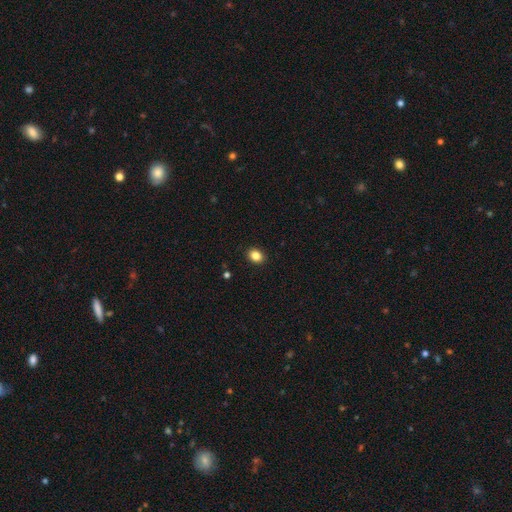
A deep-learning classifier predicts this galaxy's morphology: A smooth galaxy with no disk features (85%) that is in between round and cigar-shaped (52%). Merging: none (91%).